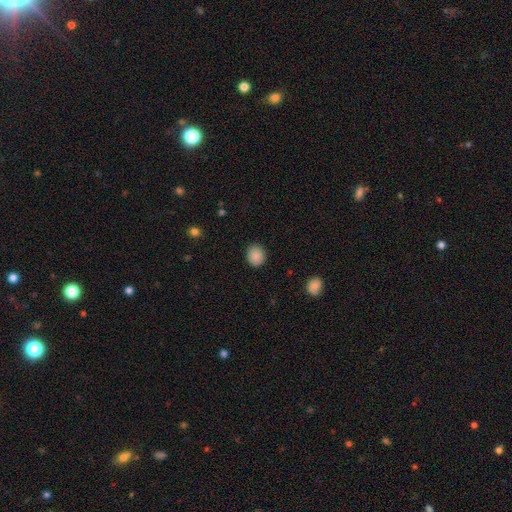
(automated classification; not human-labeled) The model was most divided on "how rounded": round: 77%, in between: 22%, cigar-shaped: 1%. More confident: merging — none (90%); smooth or featured — smooth (88%).